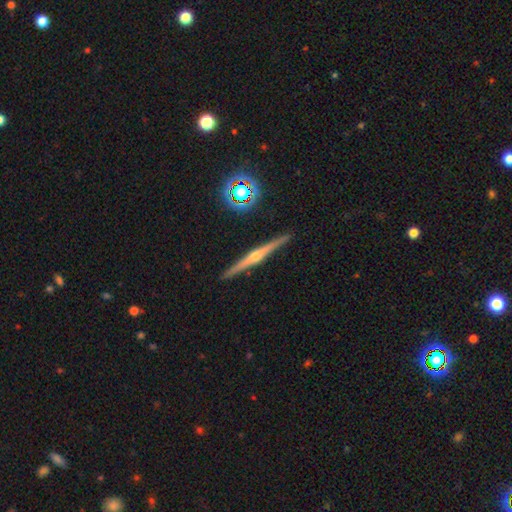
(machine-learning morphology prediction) Q: Smooth or featured?
A: featured or disk (80%); runner-up: smooth (12%)
Q: Edge-on disk?
A: yes (98%); runner-up: no (2%)
Q: Edge-on bulge?
A: rounded (88%); runner-up: none (8%)
Q: Merging?
A: none (92%); runner-up: minor disturbance (5%)